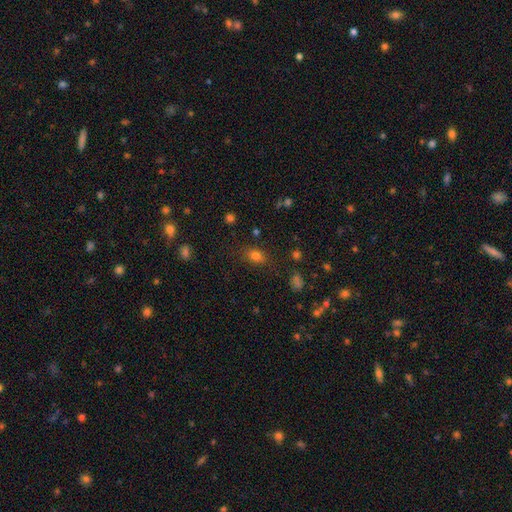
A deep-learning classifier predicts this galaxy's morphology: This appears to be a smooth galaxy with no disk features (77%) that is in between round and cigar-shaped (69%). Merging: none (78%).